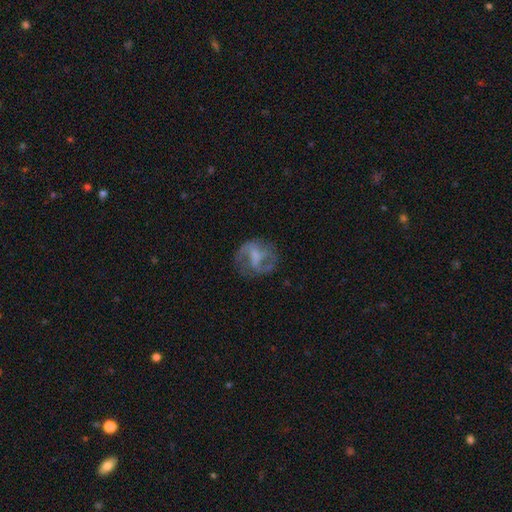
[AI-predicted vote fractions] A featured or disk galaxy (63%) with a weak bar (43%), spiral arms (66%) and no central bulge (35%).

Vote fractions:
- Smooth or featured? featured or disk: 63% / smooth: 28% / star or artifact: 9%
- Edge-on disk? no: 97% / yes: 3%
- Bar? weak: 43% / no: 36% / strong: 21%
- Spiral arms? yes: 66% / no: 34%
- Bulge size? none: 35% / small: 29% / moderate: 28% / large: 7% / dominant: 1%
- Merging? none: 58% / major disturbance: 21% / minor disturbance: 19% / merger: 2%